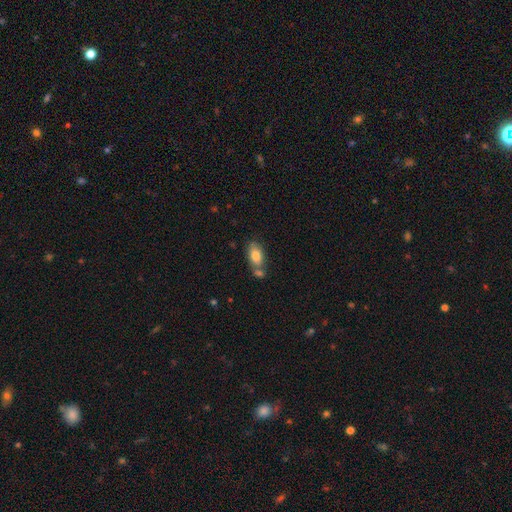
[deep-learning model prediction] This is likely a smooth galaxy (80%). How rounded: clearly in between (90%). Merging: possibly none (51%).